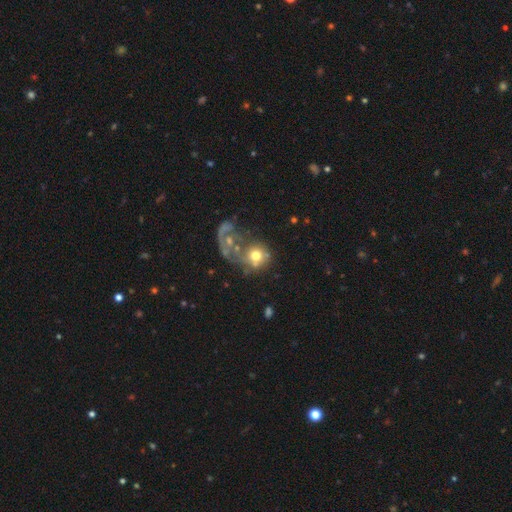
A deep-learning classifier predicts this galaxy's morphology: A smooth galaxy with no disk features (51%) that is round (73%). Merging: merger (48%).